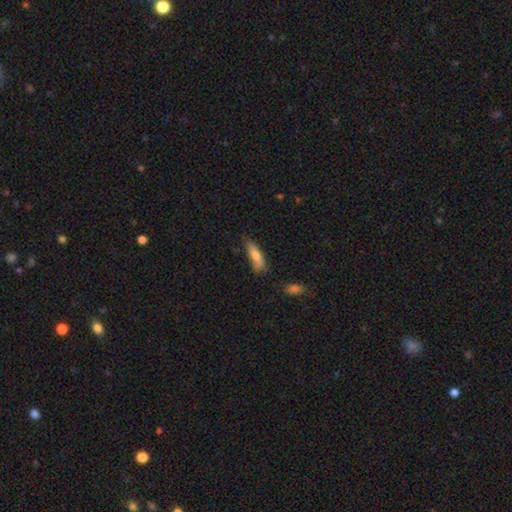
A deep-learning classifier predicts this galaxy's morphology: smooth_or_featured: smooth (p=0.74) [alt: featured or disk p=0.19]
how_rounded: cigar-shaped (p=0.58) [alt: in between p=0.40]
merging: none (p=0.62) [alt: minor disturbance p=0.27]